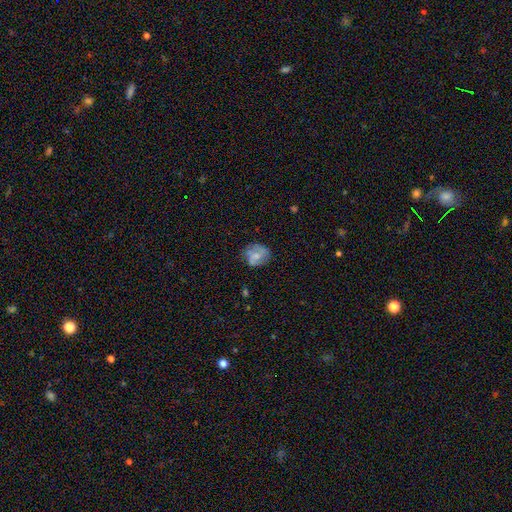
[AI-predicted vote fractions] This appears to be a smooth galaxy with no disk features (51%) that is round (65%). Merging: none (58%).